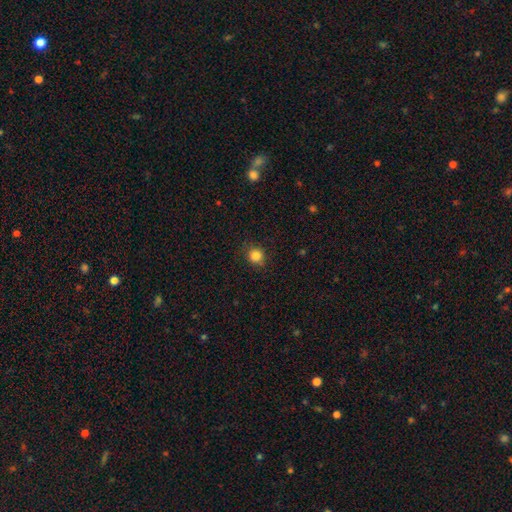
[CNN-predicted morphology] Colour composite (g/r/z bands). It shows a smooth galaxy with no disk features (85%) that is round (88%). Merging: none (86%).